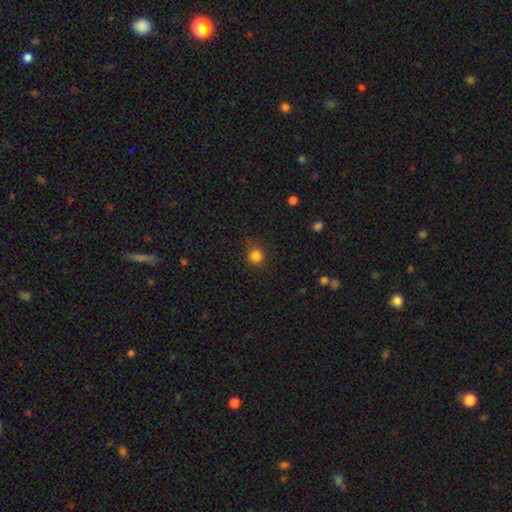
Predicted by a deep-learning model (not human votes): Smooth or featured: smooth — 84% (star or artifact — 12%)
How rounded: round — 92% (in between — 7%)
Merging: none — 84% (minor disturbance — 11%)